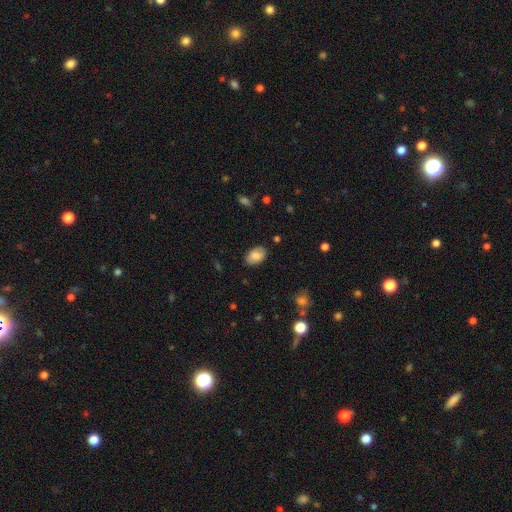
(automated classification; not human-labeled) This is clearly a smooth galaxy (81%). How rounded: clearly in between (87%). Merging: clearly none (84%).